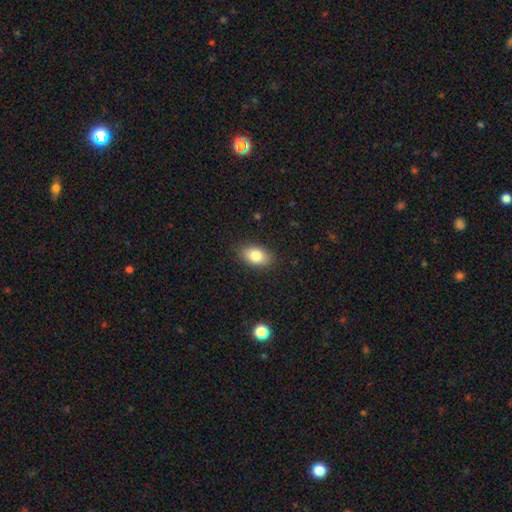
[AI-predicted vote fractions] smooth_or_featured: smooth (p=0.82) [alt: featured or disk p=0.10]
how_rounded: in between (p=0.89) [alt: round p=0.09]
merging: none (p=0.86) [alt: minor disturbance p=0.10]